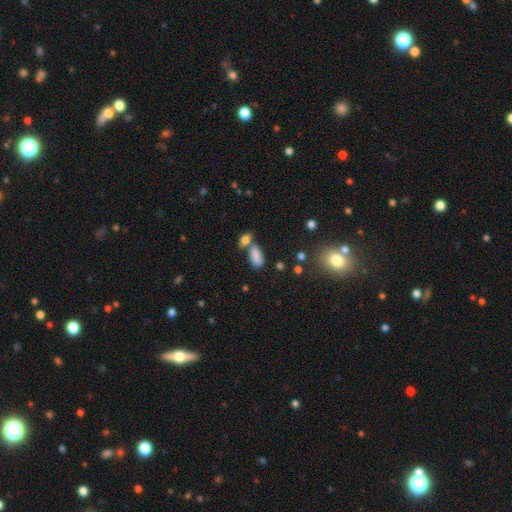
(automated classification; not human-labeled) Morphology: type=smooth (83%); roundness=in between (87%); merging=none (45%).